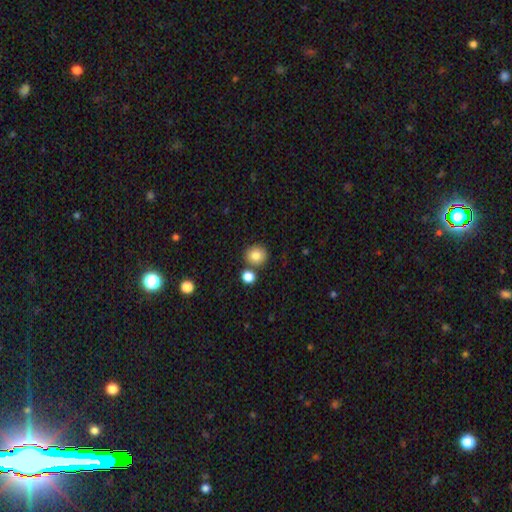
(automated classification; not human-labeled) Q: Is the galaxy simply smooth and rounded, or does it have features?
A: smooth — 83%.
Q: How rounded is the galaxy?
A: round — 90%.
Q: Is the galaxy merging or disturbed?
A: none — 78%.